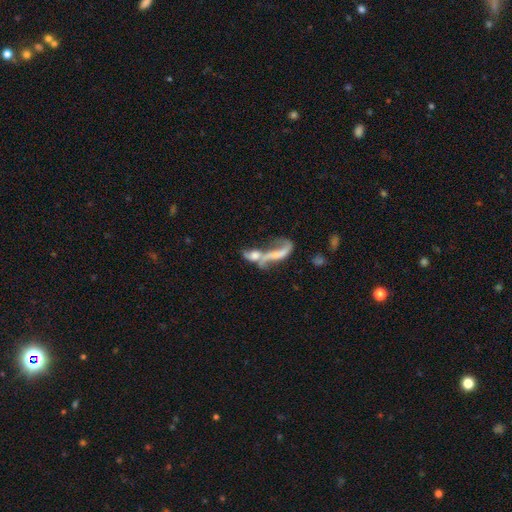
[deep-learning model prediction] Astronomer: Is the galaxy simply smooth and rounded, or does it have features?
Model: featured or disk — 54% (runner-up: smooth, 35%).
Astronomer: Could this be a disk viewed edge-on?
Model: no — 86%.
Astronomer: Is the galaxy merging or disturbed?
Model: merger — 69%.